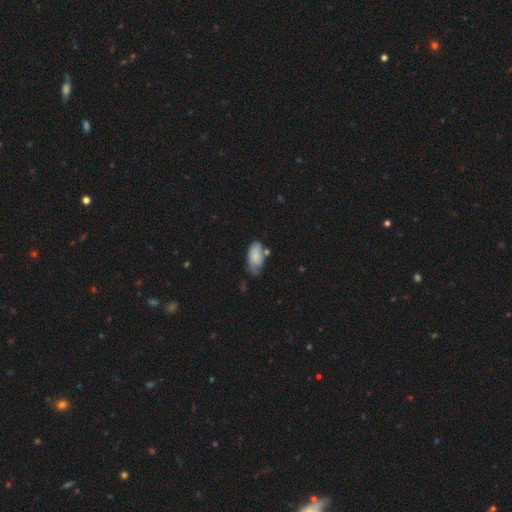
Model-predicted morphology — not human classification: smooth-or-featured: smooth: 74% | featured or disk: 20% | star or artifact: 7%
  how-rounded: in between: 92% | cigar-shaped: 5% | round: 3%
  merging: none: 49% | minor disturbance: 32% | merger: 11% | major disturbance: 8%